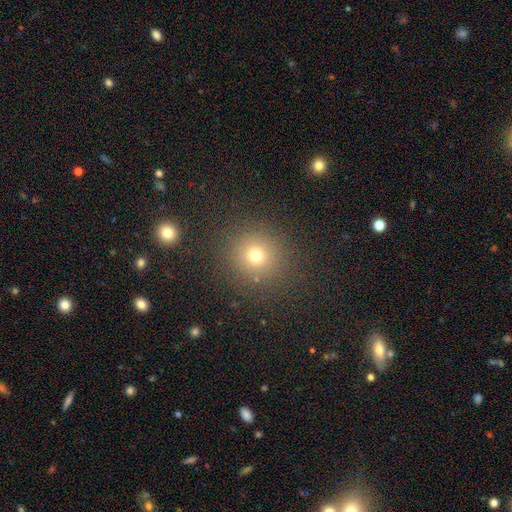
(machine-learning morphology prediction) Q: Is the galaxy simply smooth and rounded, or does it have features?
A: smooth — 73%.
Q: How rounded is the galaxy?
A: round — 92%.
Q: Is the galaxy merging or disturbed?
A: none — 88%.